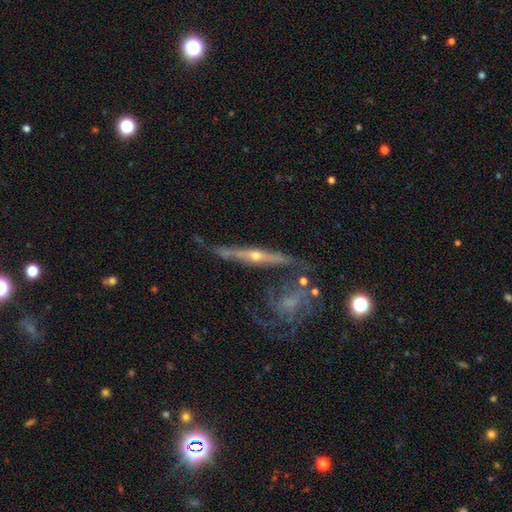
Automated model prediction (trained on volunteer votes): Smooth or featured: featured or disk — 80% (smooth — 13%)
Edge-on disk: yes — 81% (no — 19%)
Edge-on bulge: rounded — 82% (none — 14%)
Merging: none — 59% (minor disturbance — 20%)